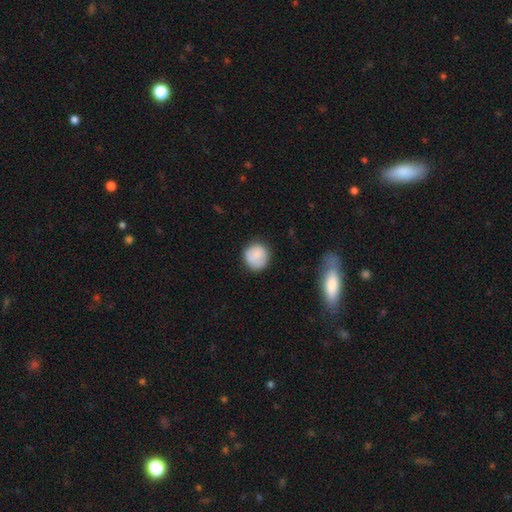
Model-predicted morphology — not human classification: The model was most divided on "merging": none: 80%, minor disturbance: 15%, major disturbance: 4%, merger: 2%. More confident: how rounded — round (89%); smooth or featured — smooth (86%).